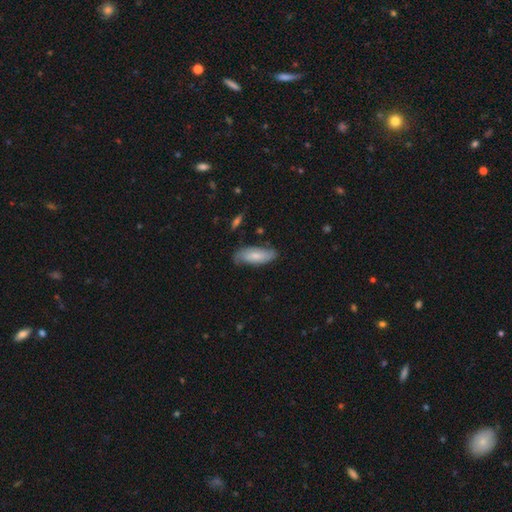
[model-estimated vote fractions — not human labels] Morphology: type=smooth (61%); roundness=in between (76%); merging=none (71%).